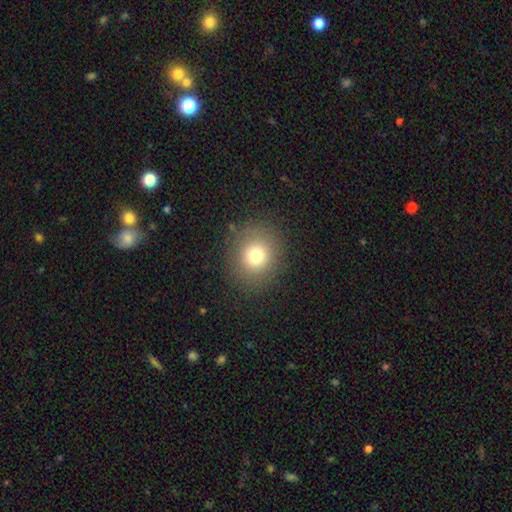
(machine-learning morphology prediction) type=smooth (75%); roundness=round (82%); merging=none (87%).